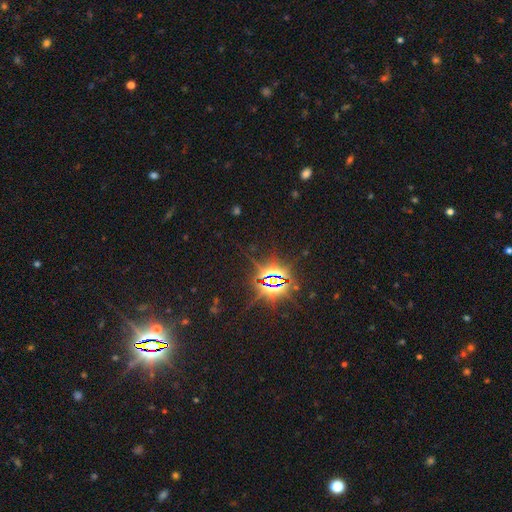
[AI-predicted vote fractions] This appears to be a star or artifact, not a galaxy (84%).